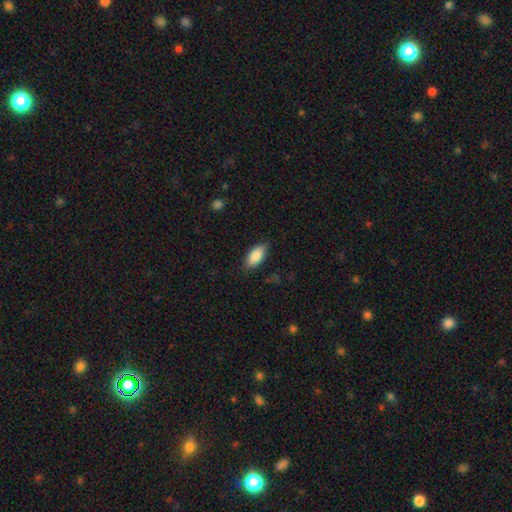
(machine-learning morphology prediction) smooth_or_featured: smooth (p=0.87) [alt: featured or disk p=0.07]
how_rounded: in between (p=0.87) [alt: cigar-shaped p=0.10]
merging: none (p=0.84) [alt: minor disturbance p=0.12]